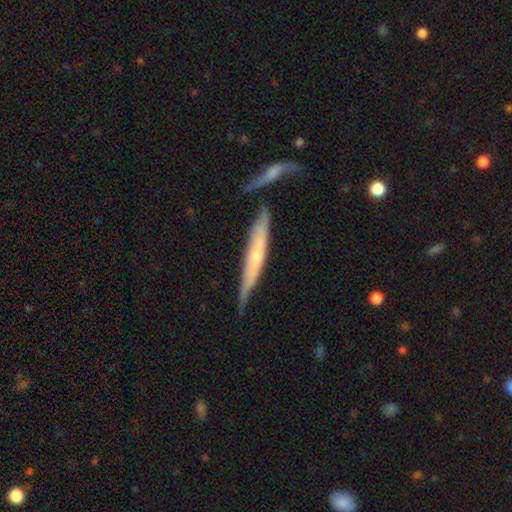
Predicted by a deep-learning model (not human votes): Smooth or featured: featured or disk — 56% (smooth — 38%)
Edge-on disk: yes — 85% (no — 15%)
Merging: none — 62% (minor disturbance — 21%)